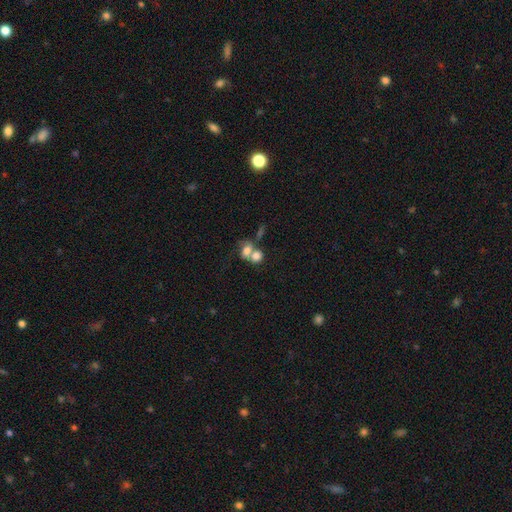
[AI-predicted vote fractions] This appears to be a smooth galaxy with no disk features (71%) that is in between round and cigar-shaped (49%, tied with round). Merging: merger (66%).